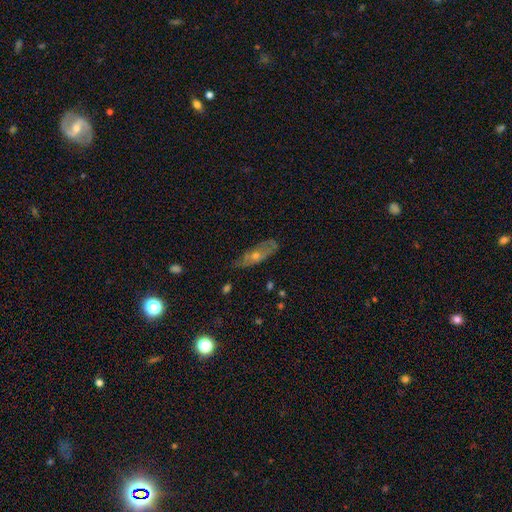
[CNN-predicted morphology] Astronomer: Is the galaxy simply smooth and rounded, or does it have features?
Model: featured or disk — 55% (runner-up: smooth, 35%).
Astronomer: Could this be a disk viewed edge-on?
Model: no — 65%.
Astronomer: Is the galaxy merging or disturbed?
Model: none — 63%.